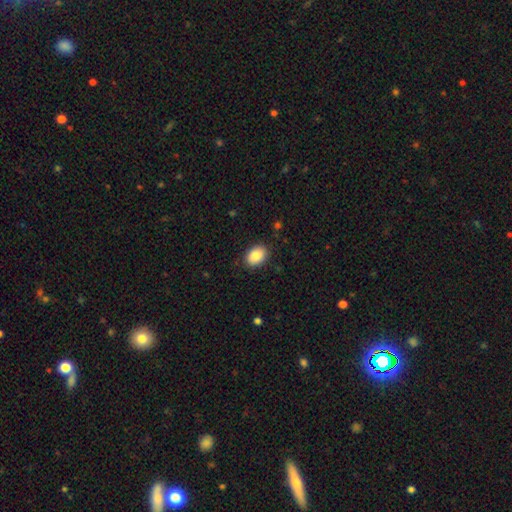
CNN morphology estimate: Q: Smooth or featured?
A: smooth (88%); runner-up: star or artifact (7%)
Q: How rounded?
A: in between (80%); runner-up: round (19%)
Q: Merging?
A: none (88%); runner-up: minor disturbance (9%)